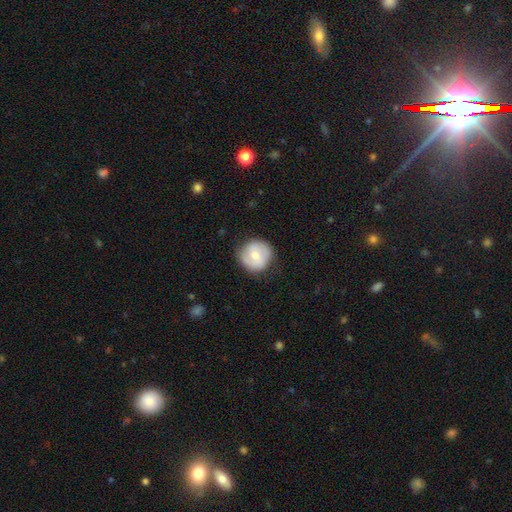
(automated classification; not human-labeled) A smooth galaxy with no disk features (58%) that is round (91%). Merging: none (78%).